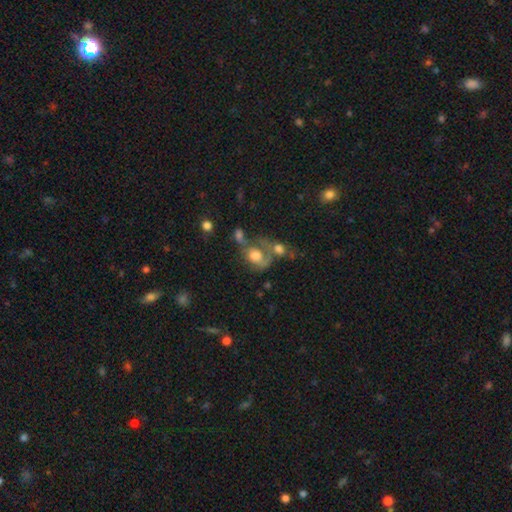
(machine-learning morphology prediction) type=smooth (54%); roundness=in between (55%); merging=merger (48%).